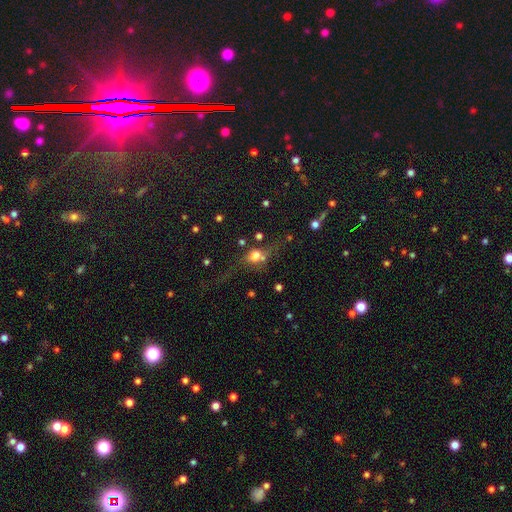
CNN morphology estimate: A smooth galaxy with no disk features (55%) that is in between round and cigar-shaped (46%).

Vote fractions:
- Smooth or featured? smooth: 55% / featured or disk: 27% / star or artifact: 18%
- How rounded? in between: 46% / round: 44% / cigar-shaped: 10%
- Merging? none: 42% / major disturbance: 23% / merger: 18% / minor disturbance: 17%